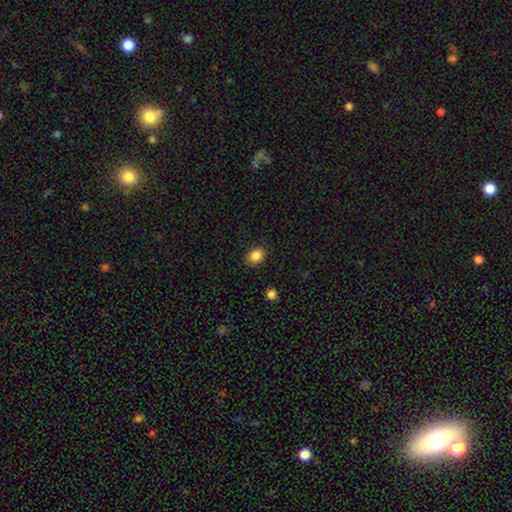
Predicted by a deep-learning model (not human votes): Q: Smooth or featured?
A: smooth (87%); runner-up: star or artifact (10%)
Q: How rounded?
A: in between (55%); runner-up: round (44%)
Q: Merging?
A: none (87%); runner-up: minor disturbance (9%)